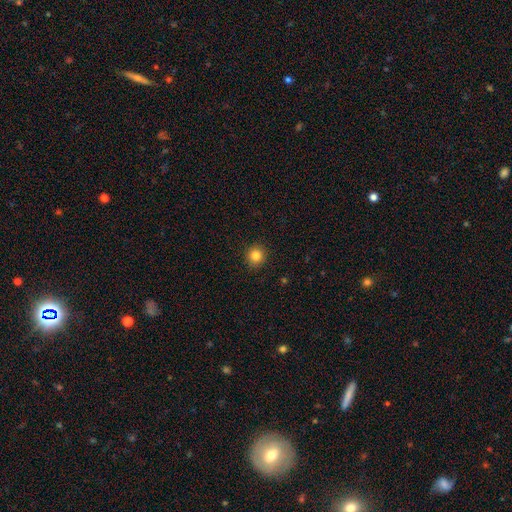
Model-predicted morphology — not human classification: Smooth or featured?
  - smooth: 84% *
  - star or artifact: 11%
  - featured or disk: 5%
How rounded?
  - round: 92% *
  - in between: 7%
  - cigar-shaped: 1%
Merging?
  - none: 92% *
  - minor disturbance: 5%
  - major disturbance: 2%
  - merger: 1%